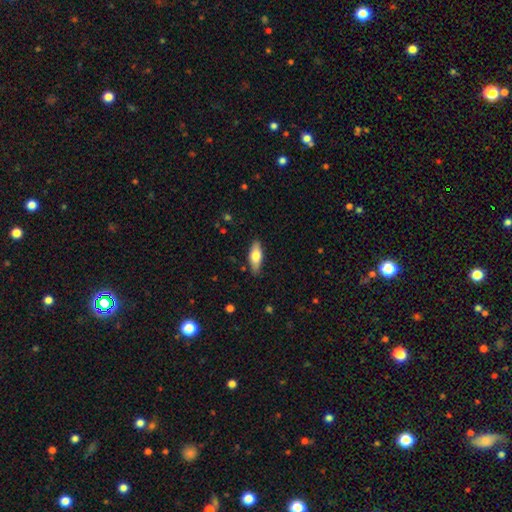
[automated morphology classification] Q: Smooth or featured?
A: smooth (67%); runner-up: featured or disk (27%)
Q: How rounded?
A: in between (68%); runner-up: cigar-shaped (29%)
Q: Merging?
A: none (86%); runner-up: minor disturbance (11%)